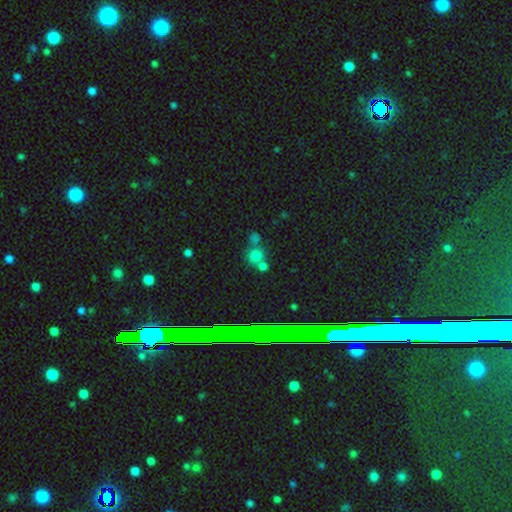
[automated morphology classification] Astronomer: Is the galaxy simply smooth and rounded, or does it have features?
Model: smooth — 65%.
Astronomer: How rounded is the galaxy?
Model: round — 87%.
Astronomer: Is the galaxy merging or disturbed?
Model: none — 55% (runner-up: merger, 31%).